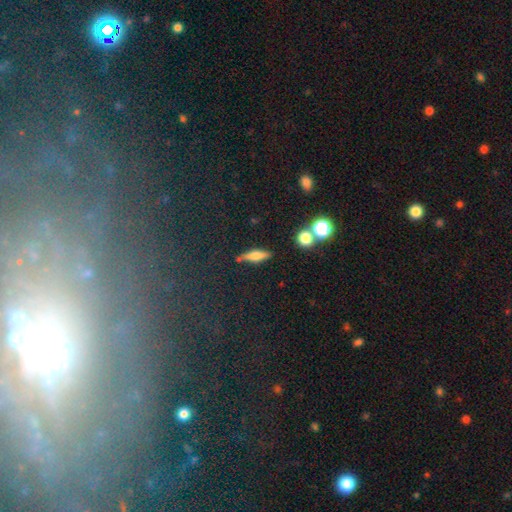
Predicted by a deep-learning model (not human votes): A smooth galaxy with no disk features (48%). Merging: none (82%).